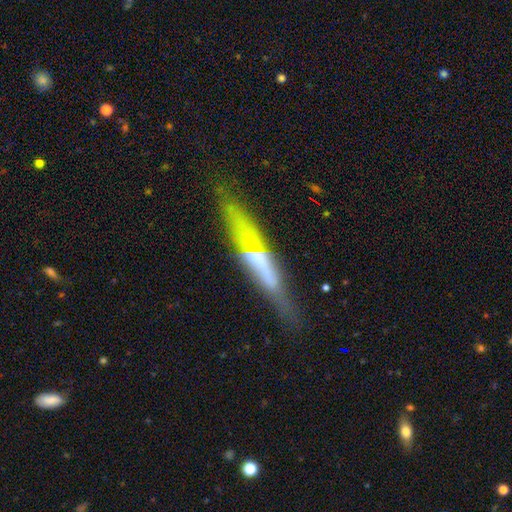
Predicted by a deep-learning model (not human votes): featured or disk 63%, smooth 29%, star or artifact 9%. Down the decision tree: edge-on disk — yes (86%); edge-on bulge — rounded (41%); merging — none (68%).